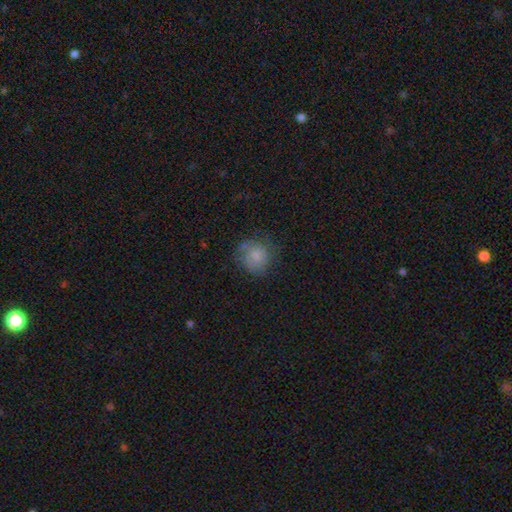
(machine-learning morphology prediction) smooth-or-featured: smooth: 70% | featured or disk: 20% | star or artifact: 10%
  how-rounded: round: 84% | in between: 15% | cigar-shaped: 1%
  merging: none: 60% | minor disturbance: 24% | major disturbance: 14% | merger: 2%